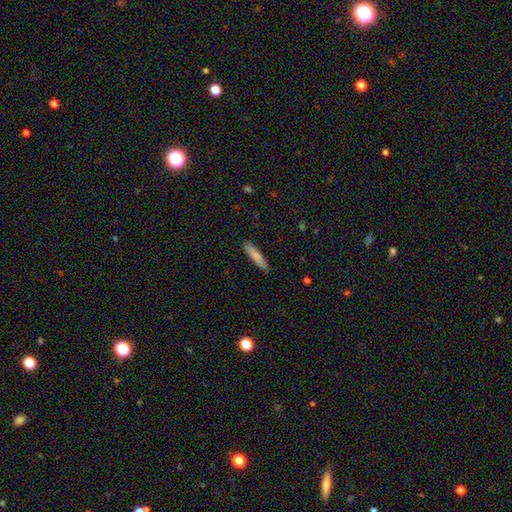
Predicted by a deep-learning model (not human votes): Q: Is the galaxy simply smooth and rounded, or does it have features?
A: smooth — 78%.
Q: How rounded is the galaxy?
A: cigar-shaped — 87%.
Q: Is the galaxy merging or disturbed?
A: none — 89%.